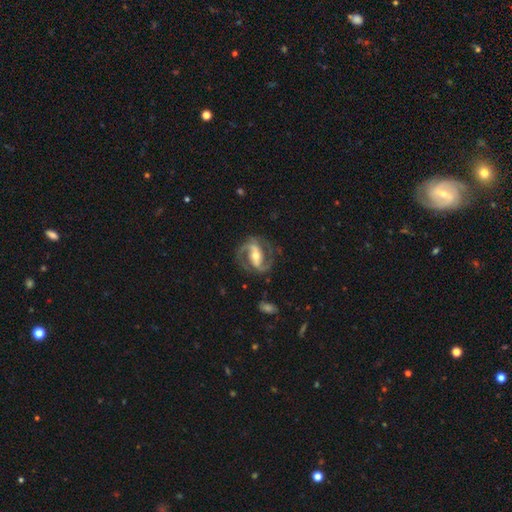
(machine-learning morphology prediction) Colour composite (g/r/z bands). It shows a featured or disk galaxy (89%) with a strong bar (53%), 2 (92%) medium (55%) spiral arms (96%) and a moderate central bulge (64%). Merging: none (78%).